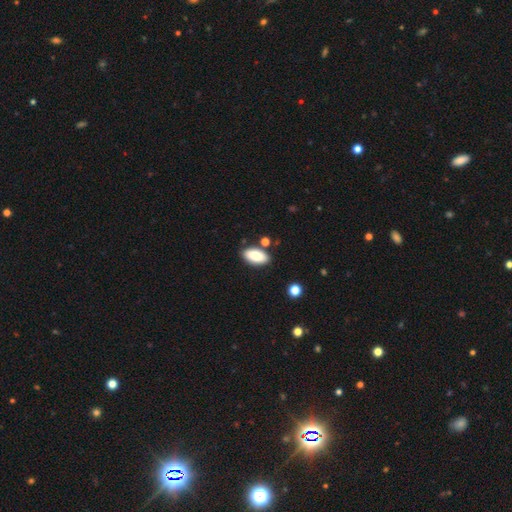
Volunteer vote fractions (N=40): Q: Smooth or featured?
A: smooth (85%); runner-up: star or artifact (10%)
Q: How rounded?
A: in between (94%); runner-up: round (3%)
Q: Merging?
A: none (86%); runner-up: merger (8%)